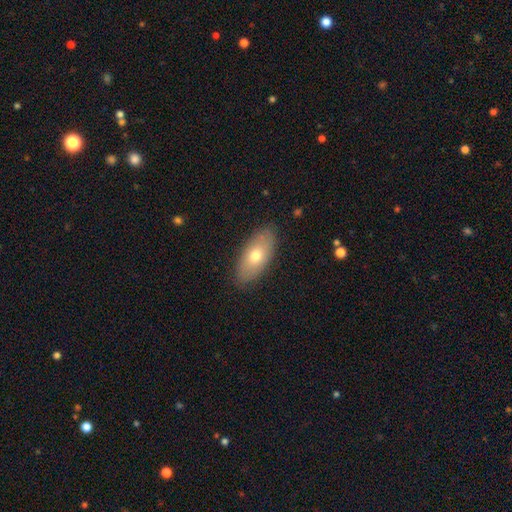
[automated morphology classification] This is likely a smooth galaxy (68%). How rounded: clearly in between (88%). Merging: clearly none (86%).